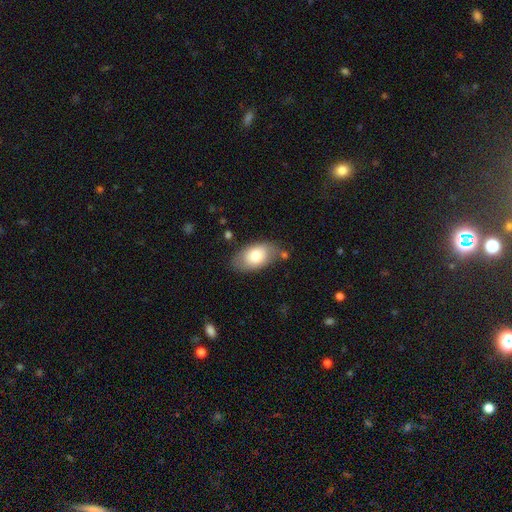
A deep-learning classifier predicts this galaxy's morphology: Smooth or featured?
  - smooth: 75% *
  - featured or disk: 19%
  - star or artifact: 6%
How rounded?
  - in between: 93% *
  - round: 6%
  - cigar-shaped: 2%
Merging?
  - none: 72% *
  - minor disturbance: 19%
  - major disturbance: 5%
  - merger: 5%